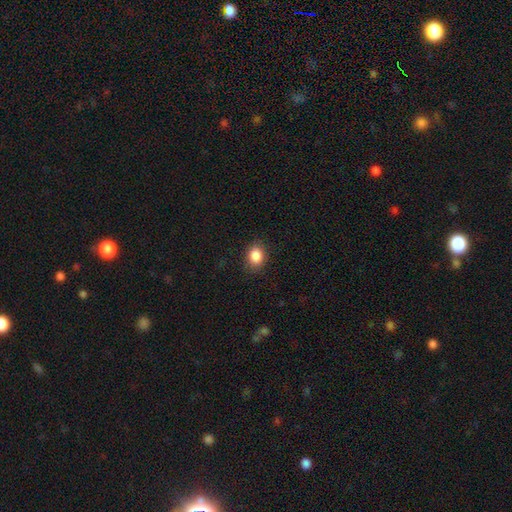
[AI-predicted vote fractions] A smooth galaxy with no disk features (87%) that is in between round and cigar-shaped (55%). Merging: none (84%).